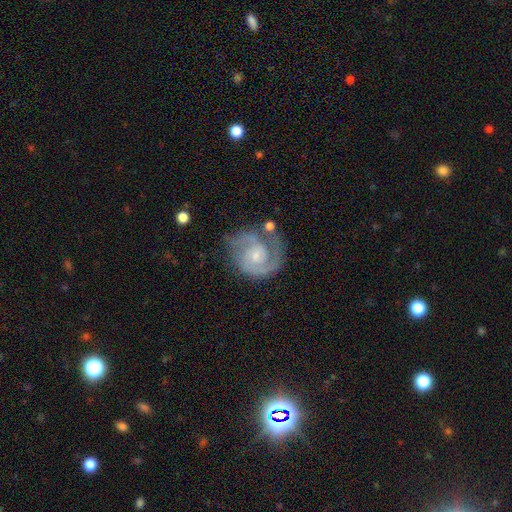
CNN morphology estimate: A featured or disk galaxy (88%) with no bar (64%), 2 (74%) tight (48%) spiral arms (97%) and a small central bulge (62%). Merging: none (63%).